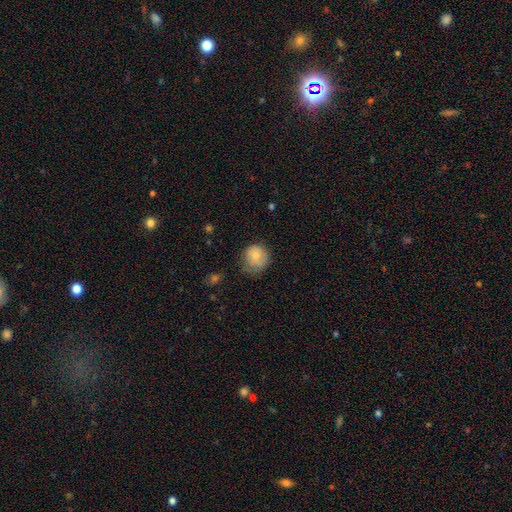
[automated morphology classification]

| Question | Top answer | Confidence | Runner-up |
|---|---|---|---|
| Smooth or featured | smooth | 77% | featured or disk (15%) |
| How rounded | round | 84% | in between (15%) |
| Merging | none | 55% | minor disturbance (32%) |